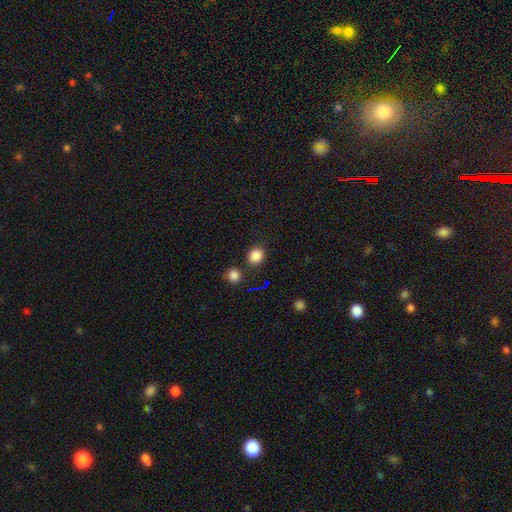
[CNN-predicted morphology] smooth_or_featured: smooth (p=0.85) [alt: star or artifact p=0.11]
how_rounded: round (p=0.74) [alt: in between p=0.25]
merging: none (p=0.82) [alt: minor disturbance p=0.09]